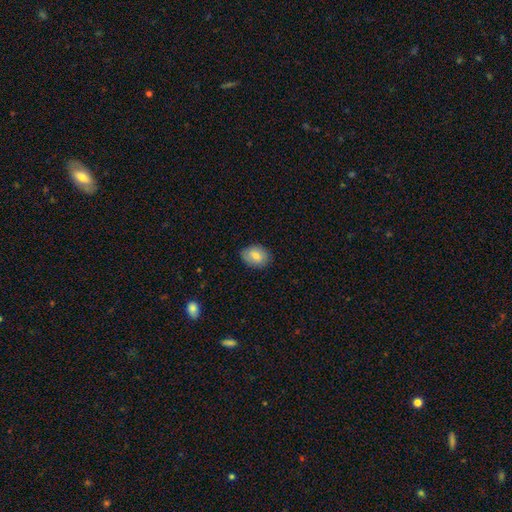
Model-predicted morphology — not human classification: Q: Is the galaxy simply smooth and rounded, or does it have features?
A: smooth — 79%.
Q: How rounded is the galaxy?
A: in between — 72%.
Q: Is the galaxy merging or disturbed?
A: none — 81%.